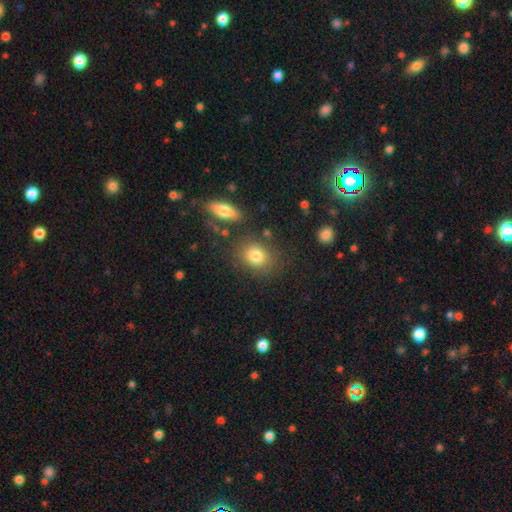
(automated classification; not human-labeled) Overall: smooth (82%). How rounded: round (57%; in between 42%). Merging: none (77%).